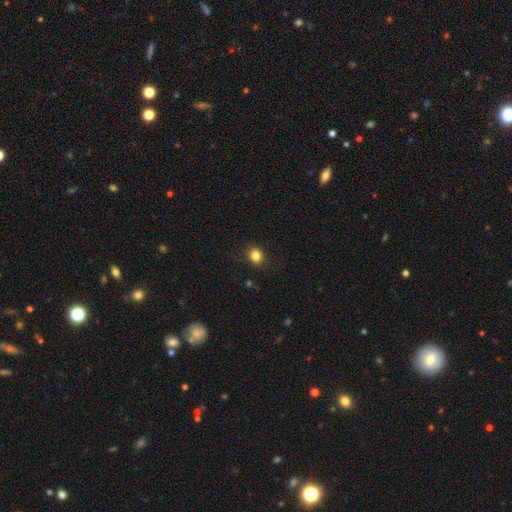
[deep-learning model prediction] A smooth galaxy with no disk features (84%) that is round (67%).

Vote fractions:
- Smooth or featured? smooth: 84% / star or artifact: 11% / featured or disk: 5%
- How rounded? round: 67% / in between: 32% / cigar-shaped: 1%
- Merging? none: 88% / minor disturbance: 9% / major disturbance: 3% / merger: 1%